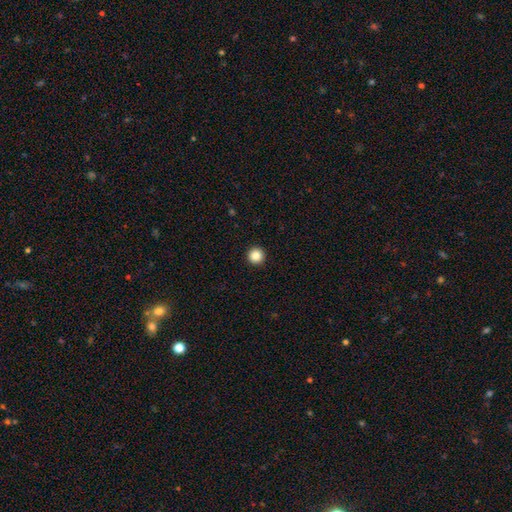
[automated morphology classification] A smooth galaxy with no disk features (86%) that is round (96%).

Vote fractions:
- Smooth or featured? smooth: 86% / star or artifact: 10% / featured or disk: 4%
- How rounded? round: 96% / in between: 3% / cigar-shaped: 1%
- Merging? none: 94% / minor disturbance: 4% / major disturbance: 1% / merger: 1%